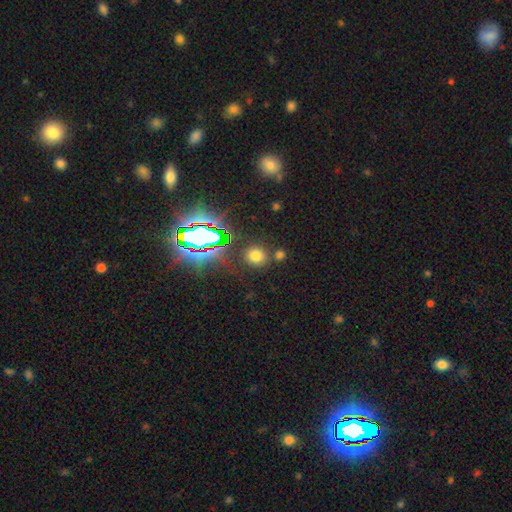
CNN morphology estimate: The model was most divided on "smooth or featured": smooth: 67%, star or artifact: 26%, featured or disk: 7%. More confident: how rounded — round (81%); merging — none (81%).